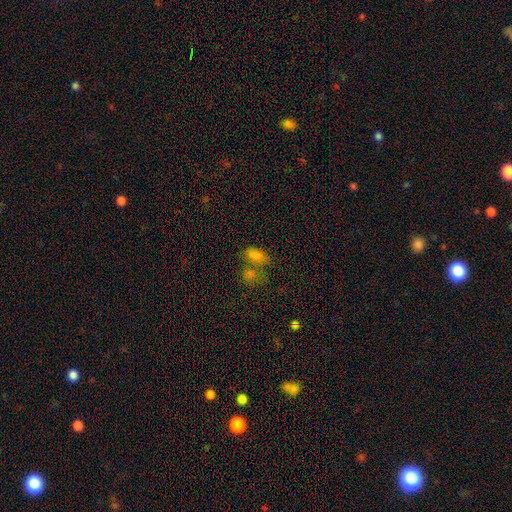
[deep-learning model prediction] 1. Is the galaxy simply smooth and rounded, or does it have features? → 71% smooth, 21% star or artifact, 9% featured or disk.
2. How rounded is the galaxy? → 83% in between, 10% round, 6% cigar-shaped.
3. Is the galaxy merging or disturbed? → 41% merger, 39% none, 13% minor disturbance, 8% major disturbance.